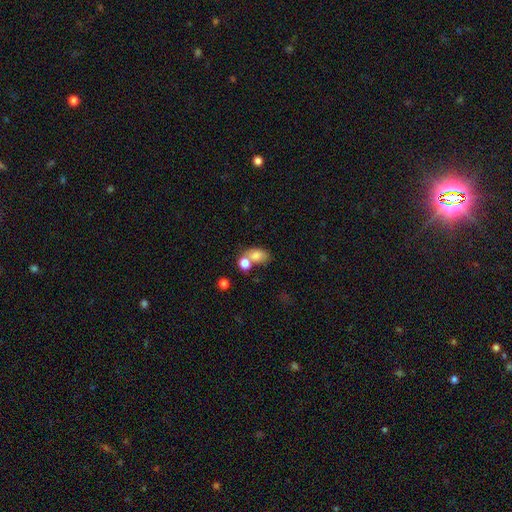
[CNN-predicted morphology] A smooth galaxy with no disk features (78%) that is in between round and cigar-shaped (78%).

Vote fractions:
- Smooth or featured? smooth: 78% / featured or disk: 11% / star or artifact: 10%
- How rounded? in between: 78% / round: 21% / cigar-shaped: 2%
- Merging? merger: 40% (tied) / none: 40% (tied) / minor disturbance: 13% / major disturbance: 7%